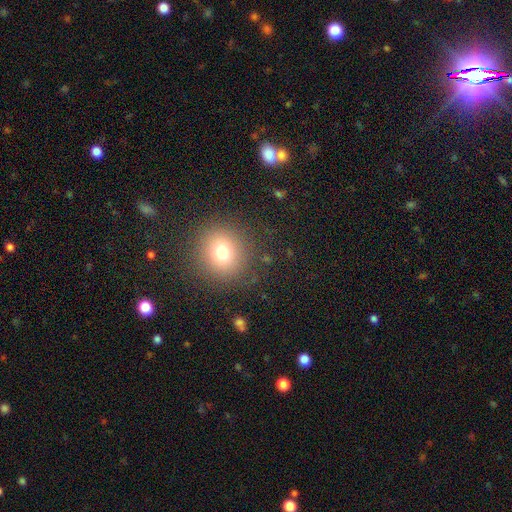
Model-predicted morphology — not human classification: This appears to be a smooth galaxy with no disk features (61%) that is round (89%). Merging: none (90%).